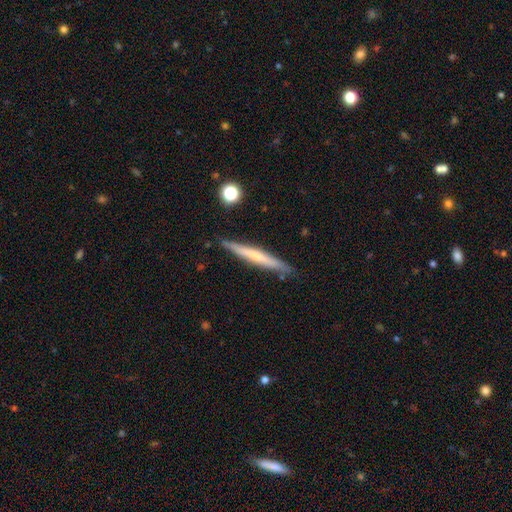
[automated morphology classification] A smooth galaxy with no disk features (47%, tied with featured or disk). Merging: none (87%).